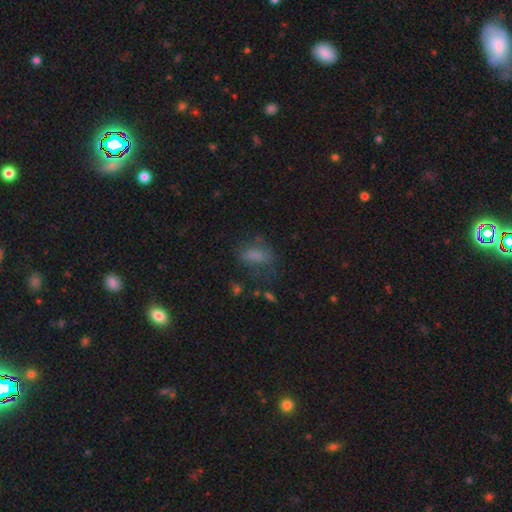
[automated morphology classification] Q: Smooth or featured?
A: smooth (68%); runner-up: star or artifact (16%)
Q: How rounded?
A: in between (78%); runner-up: cigar-shaped (12%)
Q: Merging?
A: none (50%); runner-up: major disturbance (23%)